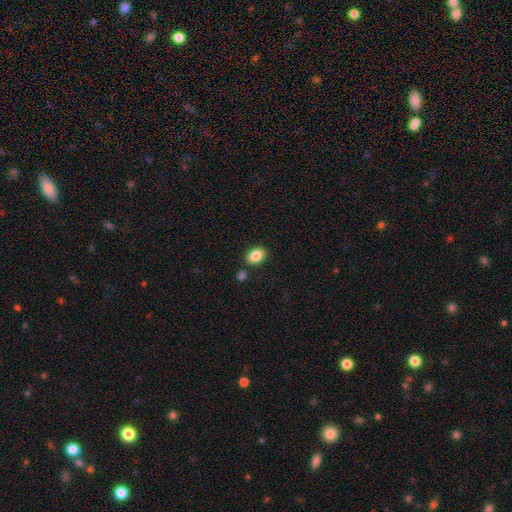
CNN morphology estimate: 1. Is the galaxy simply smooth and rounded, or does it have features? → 87% smooth, 8% star or artifact, 5% featured or disk.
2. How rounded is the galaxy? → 84% in between, 15% round, 1% cigar-shaped.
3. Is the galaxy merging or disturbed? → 83% none, 9% minor disturbance, 5% merger, 2% major disturbance.